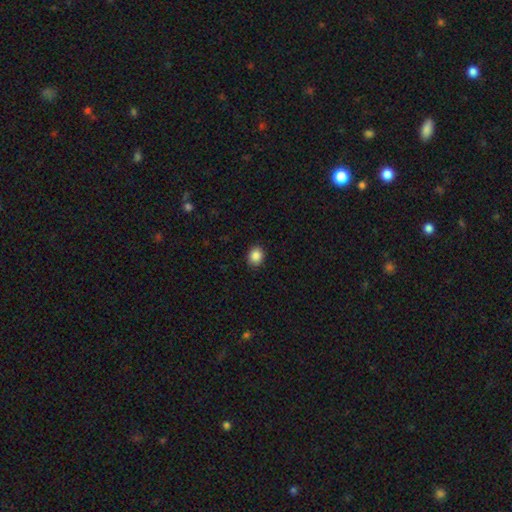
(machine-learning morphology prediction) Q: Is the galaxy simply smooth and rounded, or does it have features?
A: smooth — 87%.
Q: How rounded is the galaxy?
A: round — 63%.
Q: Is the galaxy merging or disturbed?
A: none — 90%.